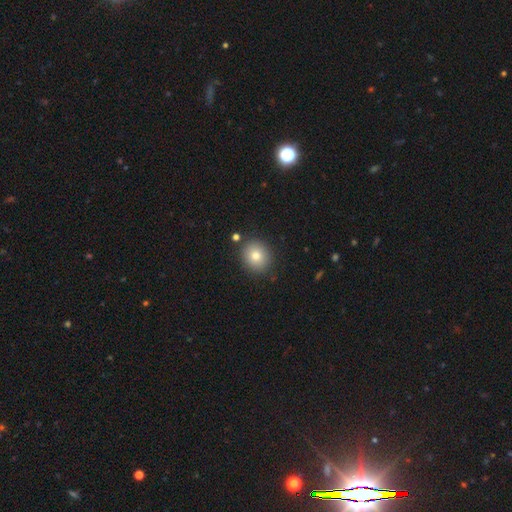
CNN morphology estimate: A smooth galaxy with no disk features (79%) that is round (77%). Merging: none (87%).